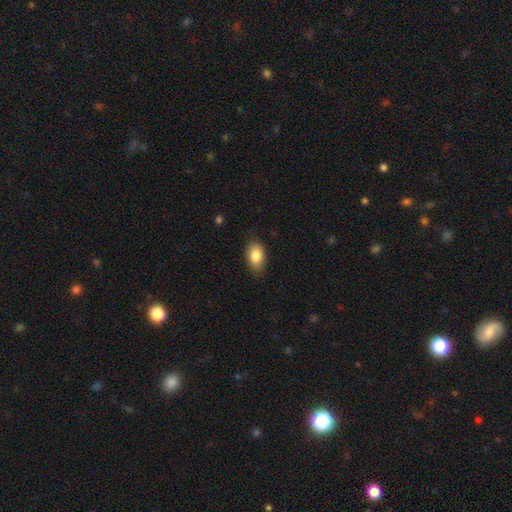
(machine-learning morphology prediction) This is clearly a smooth galaxy (85%). How rounded: clearly in between (90%). Merging: clearly none (82%).